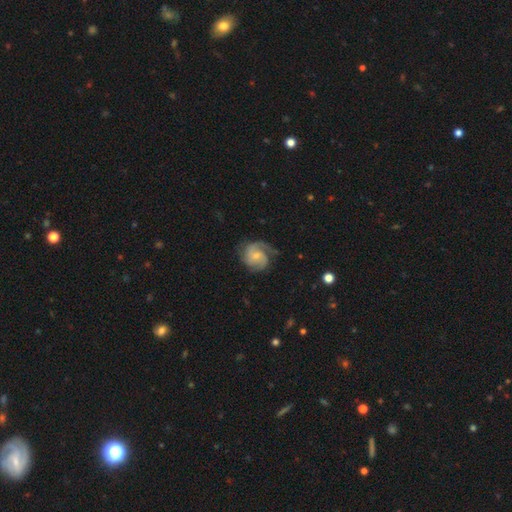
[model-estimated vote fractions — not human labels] Morphology: type=featured or disk (79%); edge-on=no (98%); bar=no (57%); spiral arms=yes (96%); winding=medium (45%); arm count=2 (43%); bulge=small (62%); merging=none (65%).